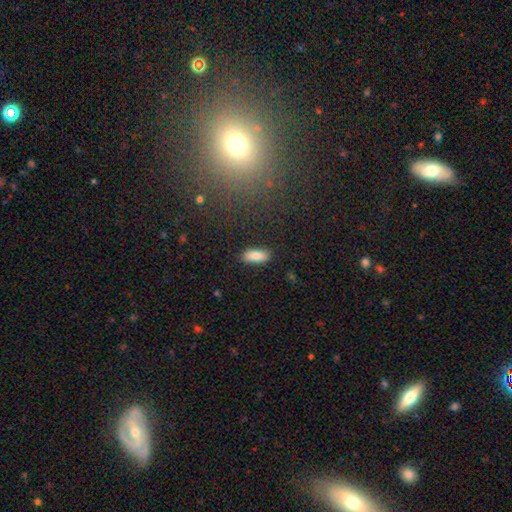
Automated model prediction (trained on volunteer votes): Smooth or featured?
  - smooth: 85% *
  - featured or disk: 8%
  - star or artifact: 7%
How rounded?
  - in between: 81% *
  - cigar-shaped: 16%
  - round: 2%
Merging?
  - none: 87% *
  - minor disturbance: 9%
  - major disturbance: 2%
  - merger: 1%